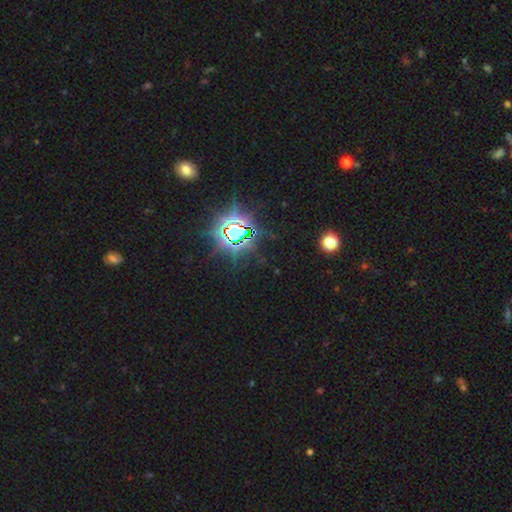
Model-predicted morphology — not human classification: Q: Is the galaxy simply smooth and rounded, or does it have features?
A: star or artifact — 82%.